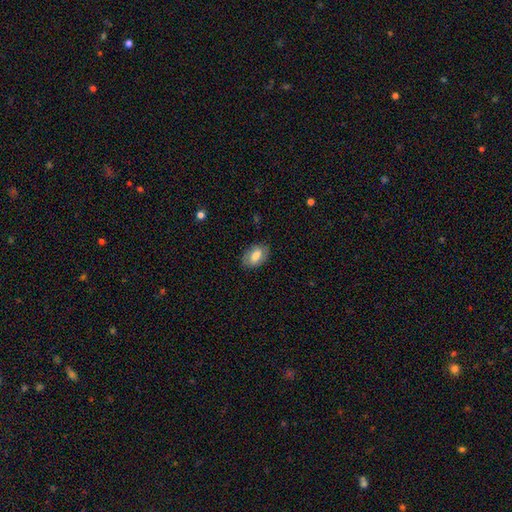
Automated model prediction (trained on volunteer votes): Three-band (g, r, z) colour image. It shows a smooth galaxy with no disk features (71%) that is in between round and cigar-shaped (90%). Merging: none (82%).